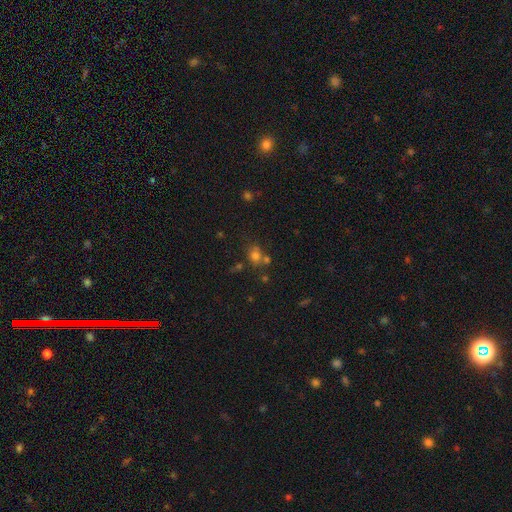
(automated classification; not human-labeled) A smooth galaxy with no disk features (68%) that is round (62%).

Vote fractions:
- Smooth or featured? smooth: 68% / star or artifact: 20% / featured or disk: 12%
- How rounded? round: 62% / in between: 37% / cigar-shaped: 1%
- Merging? none: 50% / merger: 30% / minor disturbance: 13% / major disturbance: 7%